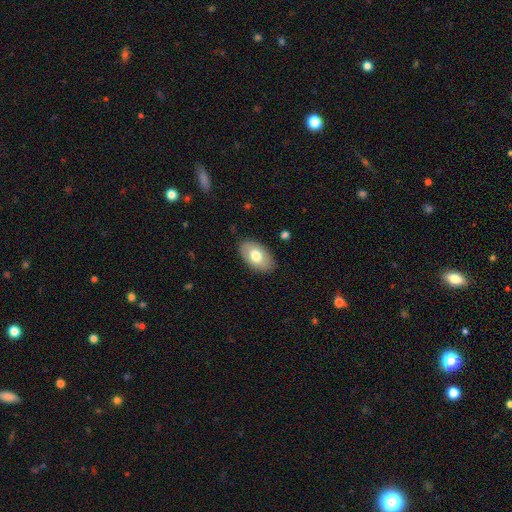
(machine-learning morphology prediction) smooth-or-featured: smooth: 71% | featured or disk: 23% | star or artifact: 6%
  how-rounded: in between: 93% | round: 5% | cigar-shaped: 1%
  merging: none: 85% | minor disturbance: 11% | major disturbance: 3% | merger: 1%